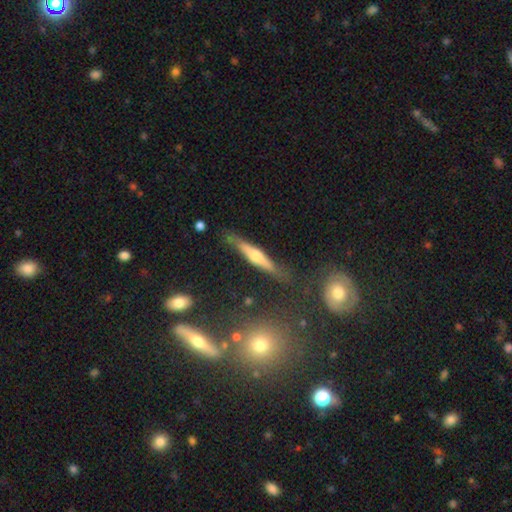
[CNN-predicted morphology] featured or disk 66%, smooth 28%, star or artifact 6%. Down the decision tree: edge-on disk — yes (95%); edge-on bulge — rounded (81%); merging — none (79%).